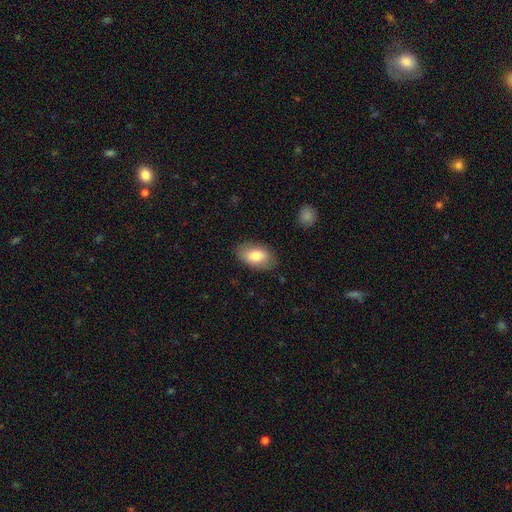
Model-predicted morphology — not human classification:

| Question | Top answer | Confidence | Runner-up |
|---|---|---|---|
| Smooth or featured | smooth | 77% | featured or disk (16%) |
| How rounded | in between | 92% | round (6%) |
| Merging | none | 84% | minor disturbance (12%) |